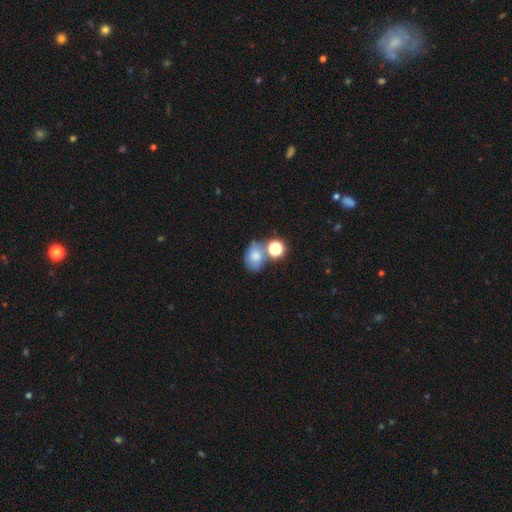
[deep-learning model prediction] Smooth or featured? Predicted: smooth (p=0.72). How rounded? Predicted: in between (p=0.63). Merging? Predicted: none (p=0.43).